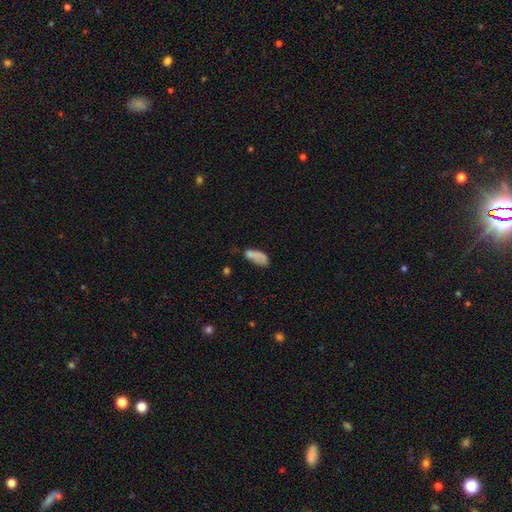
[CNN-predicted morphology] This appears to be a smooth galaxy with no disk features (72%) that is in between round and cigar-shaped (83%). Merging: none (38%).